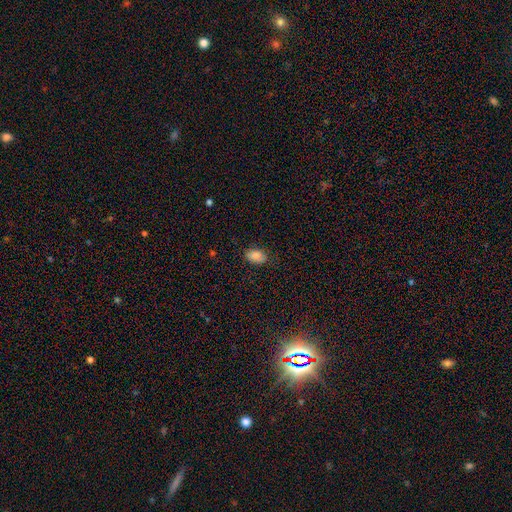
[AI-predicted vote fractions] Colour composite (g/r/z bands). It shows a smooth galaxy with no disk features (84%) that is in between round and cigar-shaped (89%). Merging: none (80%).